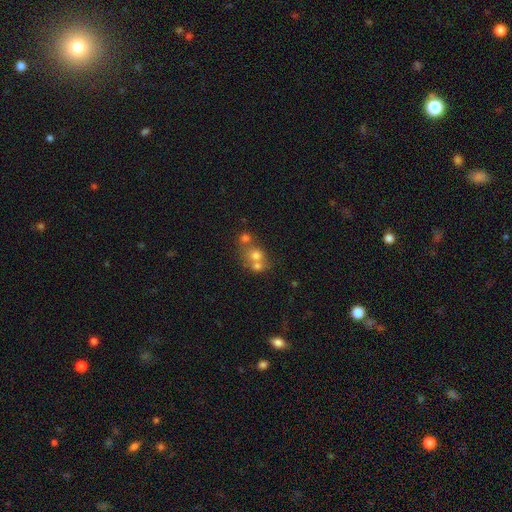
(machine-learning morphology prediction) Smooth or featured? Predicted: smooth (p=0.65). How rounded? Predicted: round (p=0.73). Merging? Predicted: merger (p=0.58).